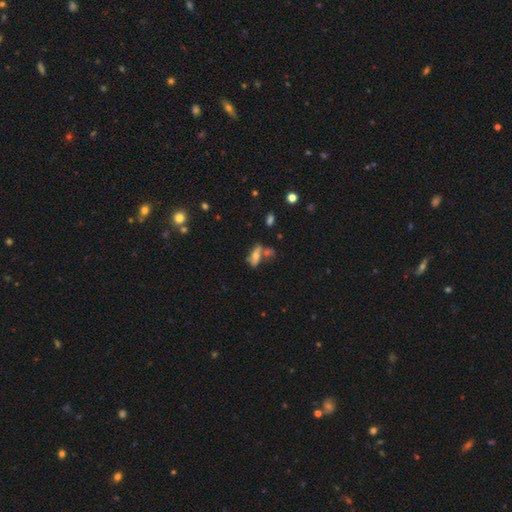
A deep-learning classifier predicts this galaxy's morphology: The model was most divided on "smooth or featured": smooth: 49%, featured or disk: 38%, star or artifact: 13%. Remaining: merging — none (46%).